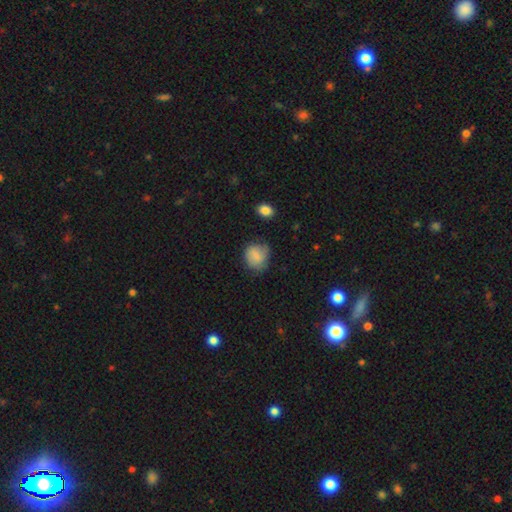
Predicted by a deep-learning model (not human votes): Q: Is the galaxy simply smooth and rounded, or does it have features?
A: smooth — 75%.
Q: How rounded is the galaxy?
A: round — 71%.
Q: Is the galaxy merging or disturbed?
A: none — 60%.